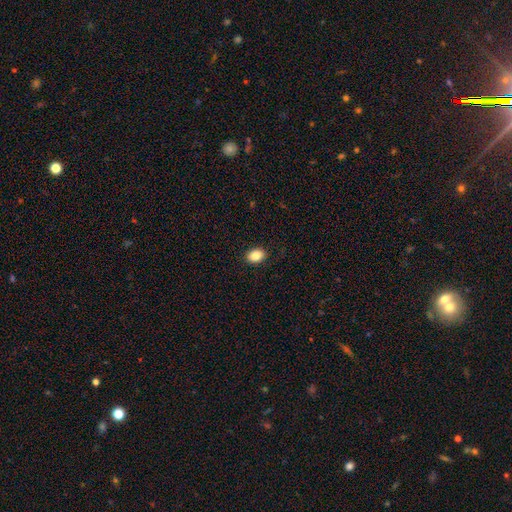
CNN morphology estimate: smooth 86%, star or artifact 8%, featured or disk 5%. Down the decision tree: how rounded — in between (77%); merging — none (90%).